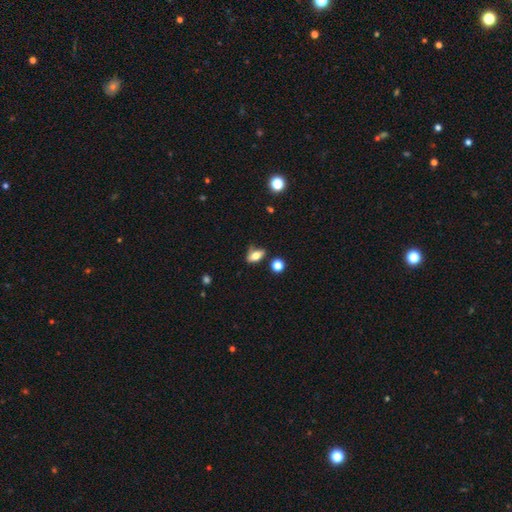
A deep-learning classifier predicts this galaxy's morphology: The model was most divided on "merging": none: 59%, minor disturbance: 26%, major disturbance: 8%, merger: 7%. More confident: how rounded — in between (81%); smooth or featured — smooth (70%).